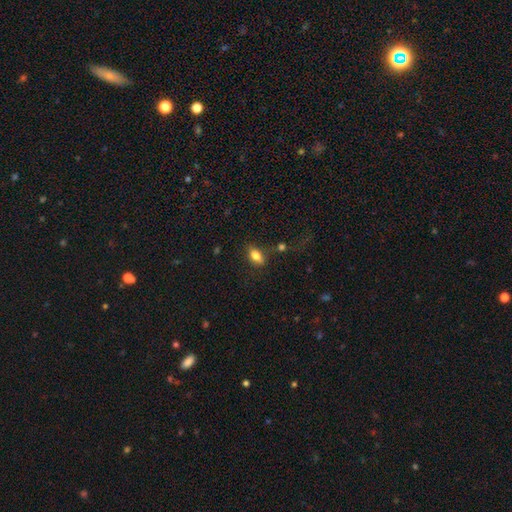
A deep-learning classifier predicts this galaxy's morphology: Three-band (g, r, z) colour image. It shows a smooth galaxy with no disk features (77%) that is in between round and cigar-shaped (83%). Merging: none (68%).